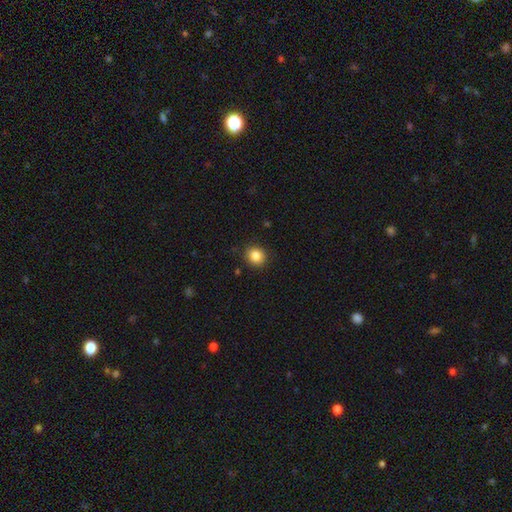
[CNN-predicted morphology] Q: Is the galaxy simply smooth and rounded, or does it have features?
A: smooth — 85%.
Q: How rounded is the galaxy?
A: round — 80%.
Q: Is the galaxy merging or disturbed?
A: none — 90%.